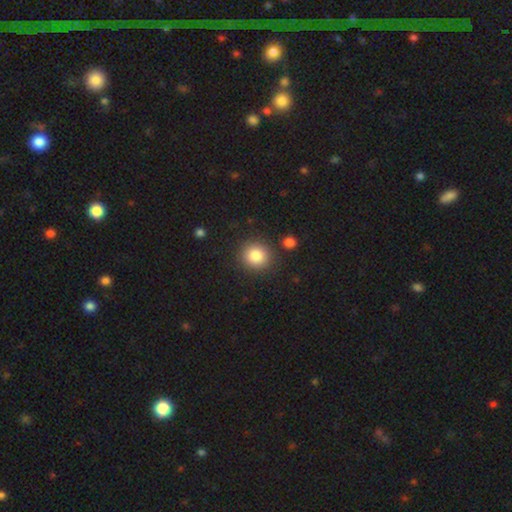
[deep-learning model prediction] smooth-or-featured: smooth: 85% | star or artifact: 9% | featured or disk: 6%
  how-rounded: round: 89% | in between: 10% | cigar-shaped: 1%
  merging: none: 87% | minor disturbance: 7% | merger: 4% | major disturbance: 3%